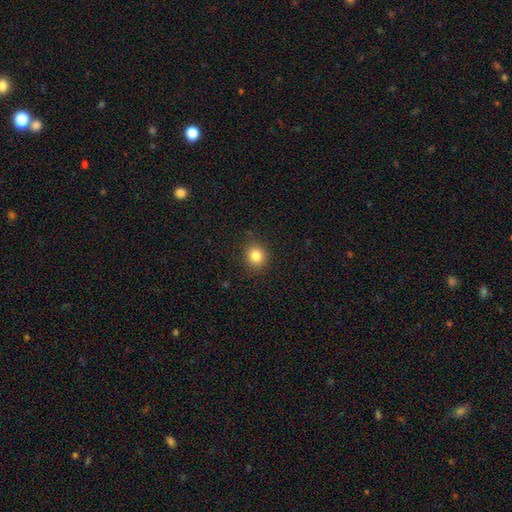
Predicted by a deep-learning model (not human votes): The model was most divided on "how rounded": round: 80%, in between: 19%, cigar-shaped: 1%. More confident: merging — none (88%); smooth or featured — smooth (83%).